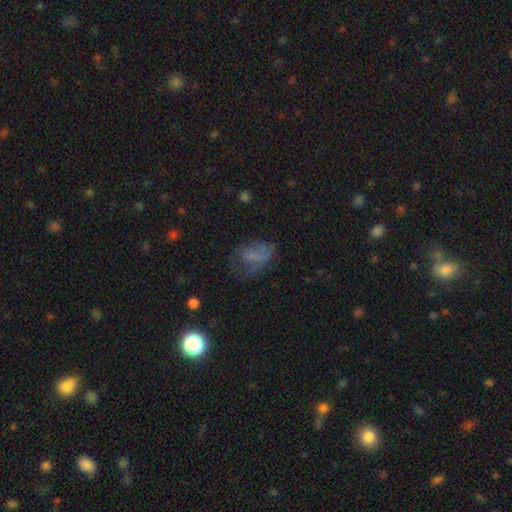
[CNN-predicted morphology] smooth-or-featured: smooth: 53% | featured or disk: 29% | star or artifact: 18%
  how-rounded: in between: 79% | round: 17% | cigar-shaped: 3%
  merging: major disturbance: 36% | none: 35% | minor disturbance: 26% | merger: 3%